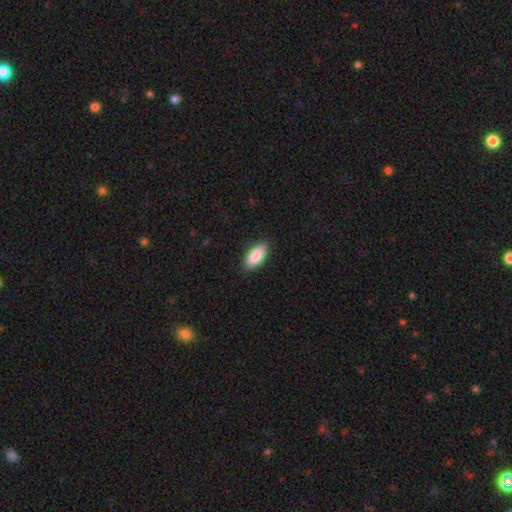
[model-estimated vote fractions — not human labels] smooth-or-featured: smooth: 86% | featured or disk: 8% | star or artifact: 6%
  how-rounded: in between: 87% | cigar-shaped: 11% | round: 2%
  merging: none: 86% | minor disturbance: 11% | major disturbance: 2% | merger: 1%